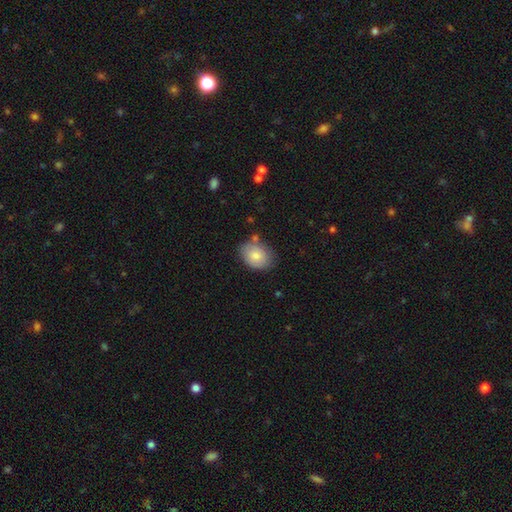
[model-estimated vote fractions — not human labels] The model was most divided on "how rounded": in between: 70%, round: 29%, cigar-shaped: 1%. More confident: smooth or featured — smooth (78%); merging — none (70%).